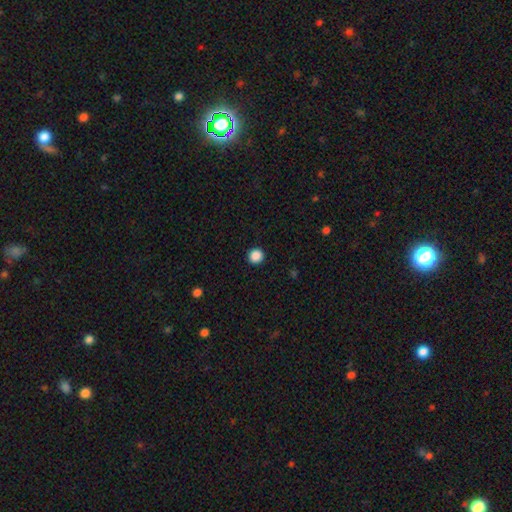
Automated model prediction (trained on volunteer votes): This appears to be a smooth galaxy with no disk features (88%) that is round (96%). Merging: none (93%).